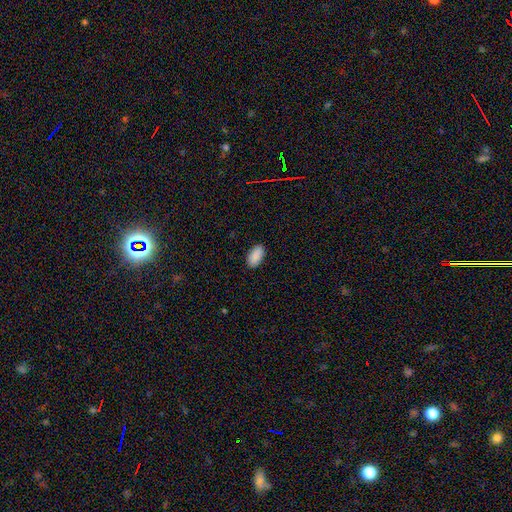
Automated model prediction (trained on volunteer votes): Smooth or featured? Predicted: smooth (p=0.90). How rounded? Predicted: in between (p=0.95). Merging? Predicted: none (p=0.89).